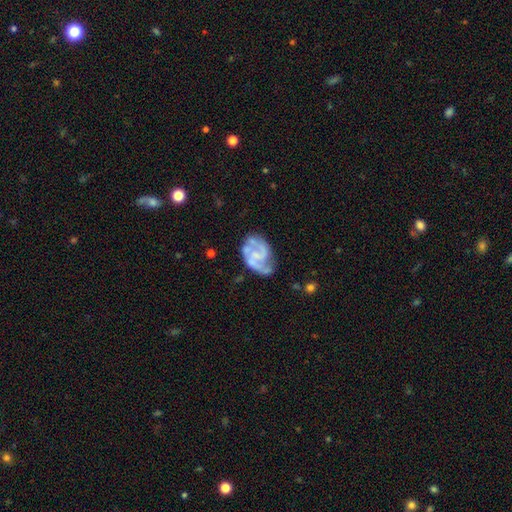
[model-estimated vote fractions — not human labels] smooth_or_featured: featured or disk (p=0.81) [alt: smooth p=0.13]
disk_edge_on: no (p=0.98) [alt: yes p=0.02]
bar: no (p=0.53) [alt: weak p=0.37]
has_spiral_arms: yes (p=0.88) [alt: no p=0.12]
spiral_winding: medium (p=0.48) [alt: tight p=0.31]
spiral_arm_count: 2 (p=0.59) [alt: can't tell p=0.15]
bulge_size: none (p=0.41) [alt: small p=0.37]
merging: none (p=0.49) [alt: minor disturbance p=0.26]